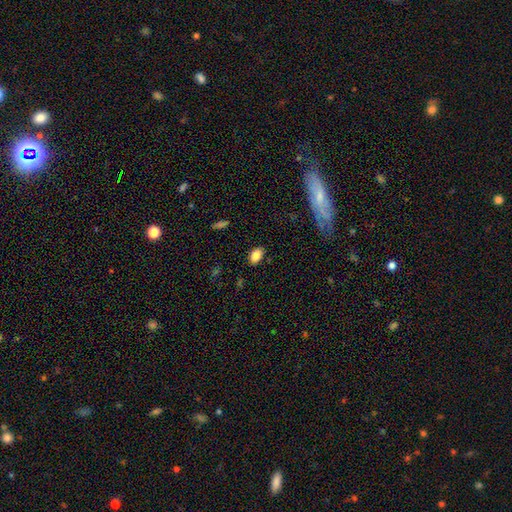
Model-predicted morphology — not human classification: Smooth or featured? Predicted: smooth (p=0.84). How rounded? Predicted: in between (p=0.88). Merging? Predicted: none (p=0.85).